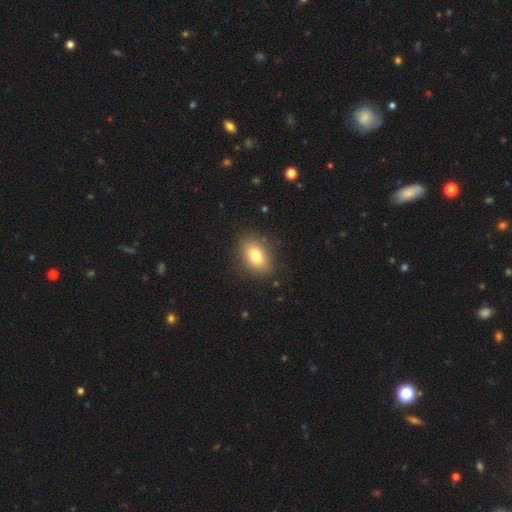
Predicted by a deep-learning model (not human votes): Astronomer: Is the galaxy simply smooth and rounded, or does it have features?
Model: smooth — 80%.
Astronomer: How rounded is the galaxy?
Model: in between — 81%.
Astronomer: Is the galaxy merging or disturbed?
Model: none — 85%.